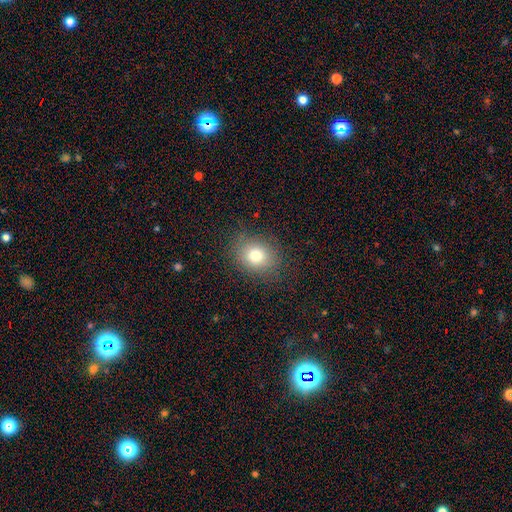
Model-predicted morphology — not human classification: smooth_or_featured: smooth (p=0.77) [alt: star or artifact p=0.13]
how_rounded: round (p=0.58) [alt: in between p=0.41]
merging: none (p=0.83) [alt: minor disturbance p=0.11]